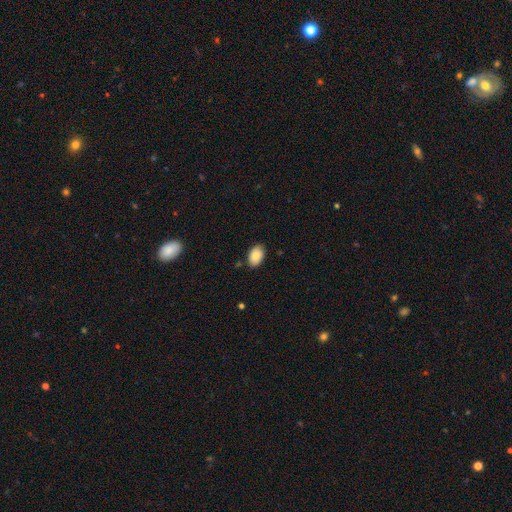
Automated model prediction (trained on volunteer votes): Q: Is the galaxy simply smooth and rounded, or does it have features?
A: smooth — 86%.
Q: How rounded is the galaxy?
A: in between — 91%.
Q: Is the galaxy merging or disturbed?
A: none — 85%.